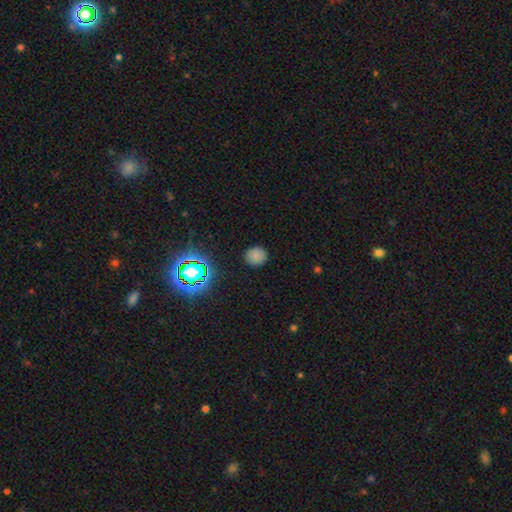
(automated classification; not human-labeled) smooth-or-featured: smooth: 76% | star or artifact: 18% | featured or disk: 6%
  how-rounded: round: 86% | in between: 13% | cigar-shaped: 1%
  merging: none: 87% | minor disturbance: 9% | major disturbance: 3% | merger: 1%